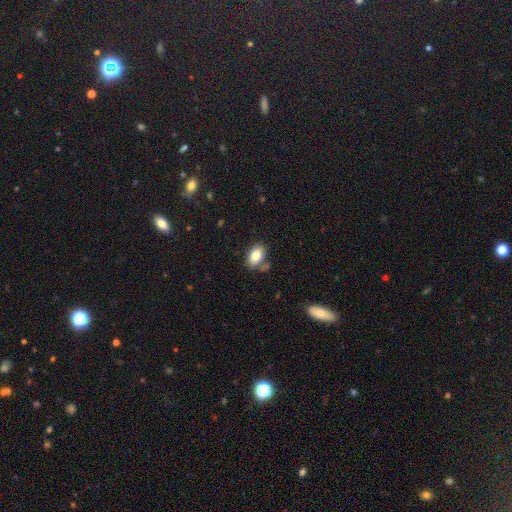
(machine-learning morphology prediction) Q: Smooth or featured?
A: smooth (82%); runner-up: featured or disk (10%)
Q: How rounded?
A: in between (90%); runner-up: round (9%)
Q: Merging?
A: none (71%); runner-up: minor disturbance (16%)